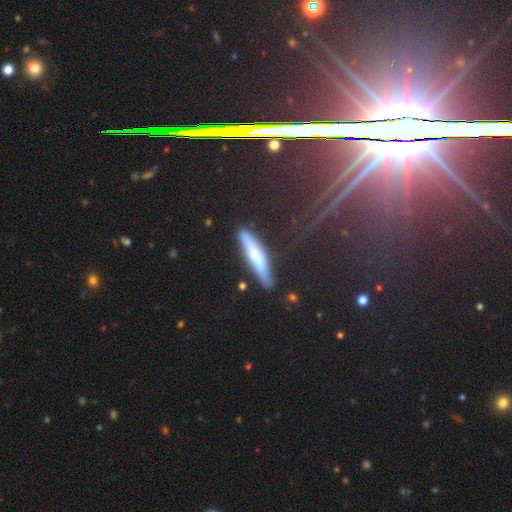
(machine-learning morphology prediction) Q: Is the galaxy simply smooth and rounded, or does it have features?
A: smooth — 58%.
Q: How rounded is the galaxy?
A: cigar-shaped — 89%.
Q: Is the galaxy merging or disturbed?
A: none — 76%.